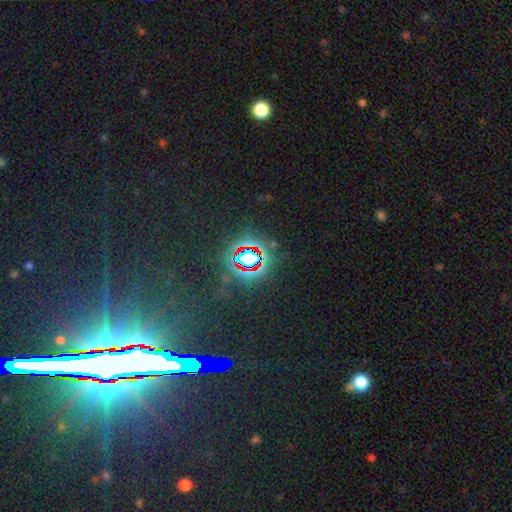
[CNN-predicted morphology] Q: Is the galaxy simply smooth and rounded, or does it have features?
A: star or artifact — 78%.